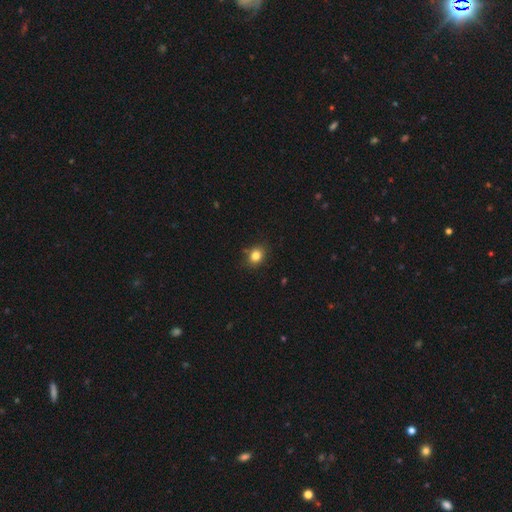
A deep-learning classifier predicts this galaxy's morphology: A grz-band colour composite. It shows a smooth galaxy with no disk features (83%) that is round (58%). Merging: none (82%).